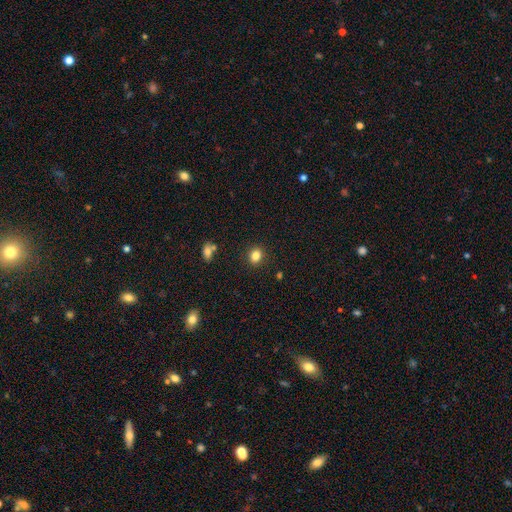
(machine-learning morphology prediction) This appears to be a smooth galaxy with no disk features (84%) that is round (61%). Merging: none (88%).